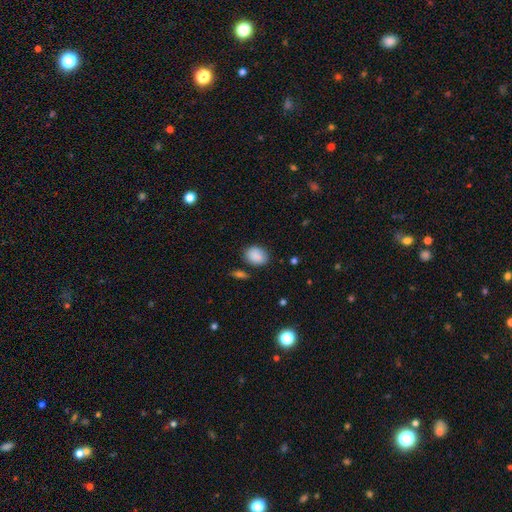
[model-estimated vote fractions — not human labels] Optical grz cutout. It shows a smooth galaxy with no disk features (88%) that is in between round and cigar-shaped (65%). Merging: none (78%).